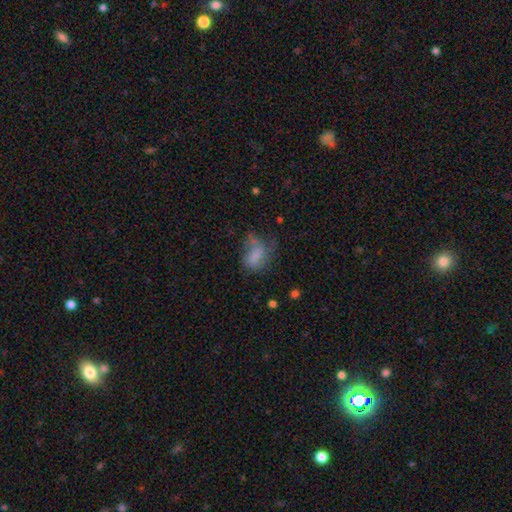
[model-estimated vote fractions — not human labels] This is likely a smooth galaxy (65%). How rounded: likely in between (78%). Merging: marginally major disturbance (33%).